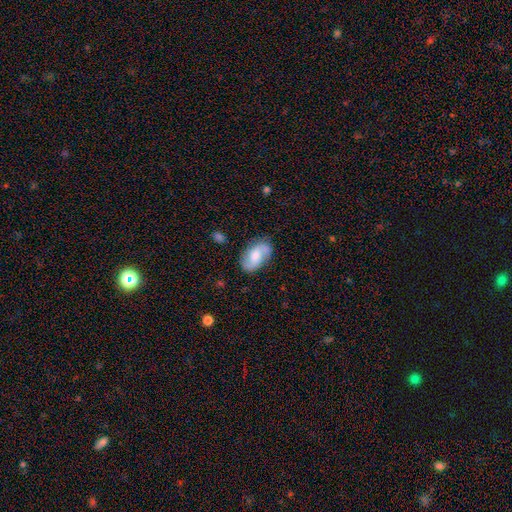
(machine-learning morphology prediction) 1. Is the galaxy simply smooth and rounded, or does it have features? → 58% featured or disk, 35% smooth, 7% star or artifact.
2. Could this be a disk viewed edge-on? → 96% no, 4% yes.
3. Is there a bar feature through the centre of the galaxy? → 51% no, 40% weak, 9% strong.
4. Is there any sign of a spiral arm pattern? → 90% yes, 10% no.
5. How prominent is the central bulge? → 44% moderate, 22% small, 20% large, 11% none, 3% dominant.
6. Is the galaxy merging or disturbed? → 76% none, 17% minor disturbance, 5% major disturbance, 2% merger.